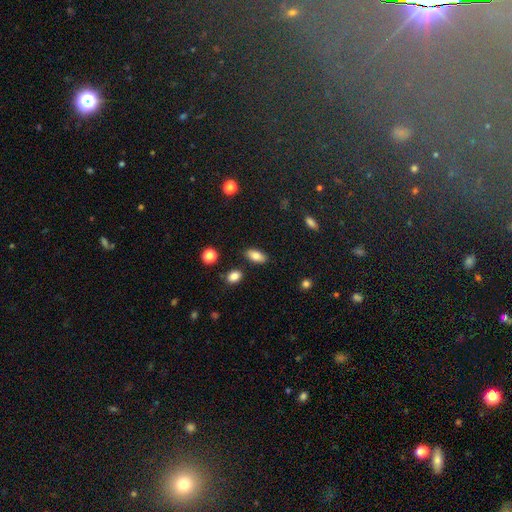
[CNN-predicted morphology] The model was most divided on "smooth or featured": smooth: 83%, featured or disk: 9%, star or artifact: 8%. More confident: how rounded — in between (89%); merging — none (85%).